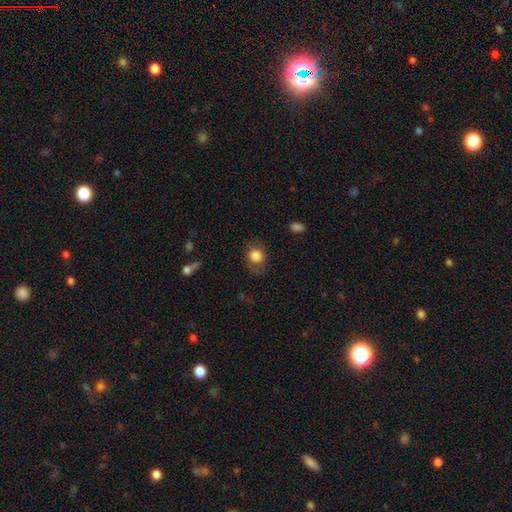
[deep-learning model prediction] The model was most divided on "how rounded": round: 61%, in between: 38%, cigar-shaped: 1%. More confident: smooth or featured — smooth (79%); merging — none (70%).